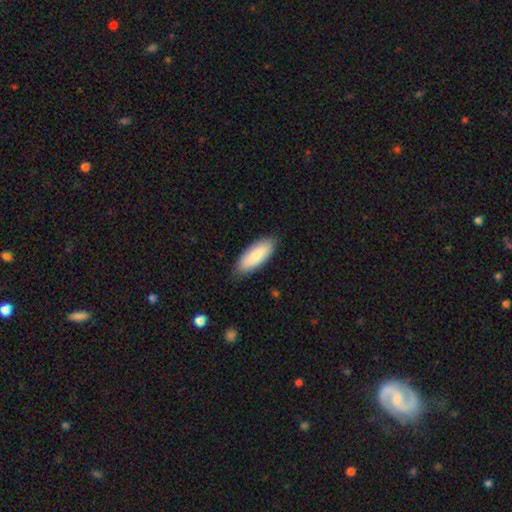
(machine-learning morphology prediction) The model was most divided on "how rounded": in between: 78%, cigar-shaped: 21%, round: 2%. More confident: merging — none (85%); smooth or featured — smooth (83%).